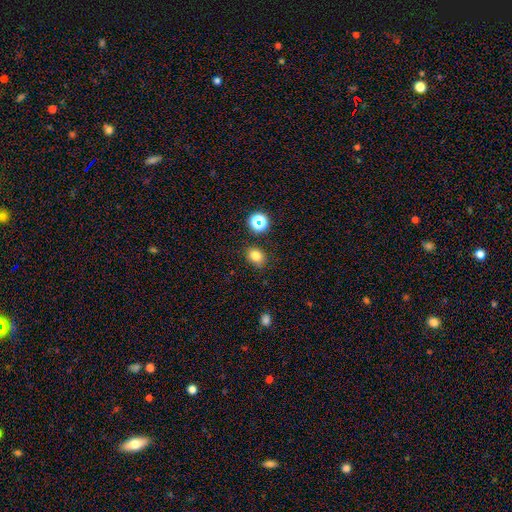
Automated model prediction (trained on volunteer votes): smooth 77%, star or artifact 16%, featured or disk 7%. Down the decision tree: how rounded — round (51%); merging — none (81%).